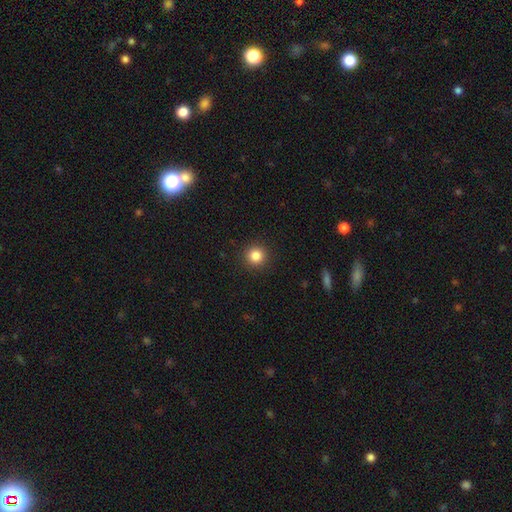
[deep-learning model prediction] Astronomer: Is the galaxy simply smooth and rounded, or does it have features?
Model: smooth — 85%.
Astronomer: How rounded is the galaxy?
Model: round — 94%.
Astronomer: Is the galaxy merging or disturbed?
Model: none — 92%.